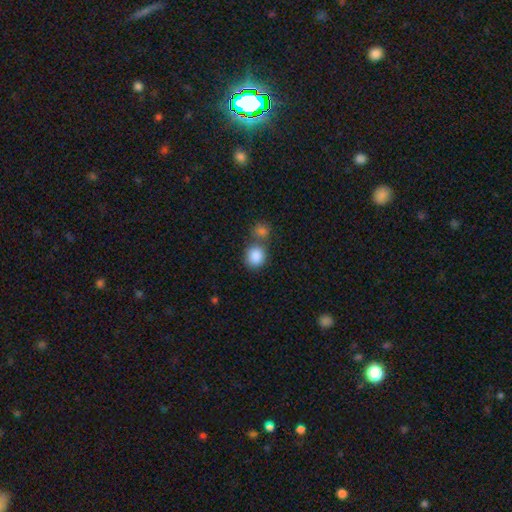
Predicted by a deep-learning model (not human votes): Overall: smooth (87%). How rounded: round (79%). Merging: none (53%; merger 33%).